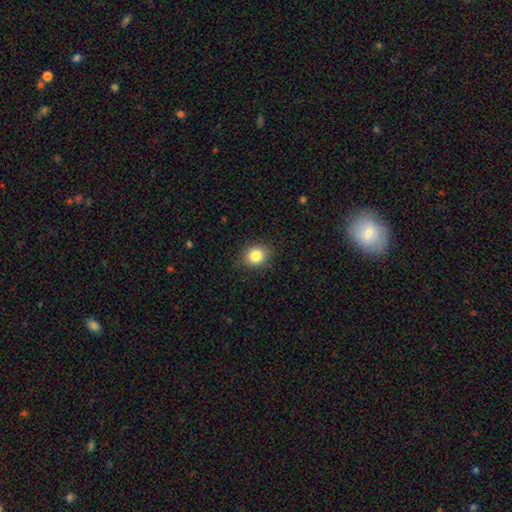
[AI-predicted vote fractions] A smooth galaxy with no disk features (84%) that is round (69%).

Vote fractions:
- Smooth or featured? smooth: 84% / star or artifact: 10% / featured or disk: 6%
- How rounded? round: 69% / in between: 30% / cigar-shaped: 1%
- Merging? none: 87% / minor disturbance: 10% / major disturbance: 2% / merger: 1%